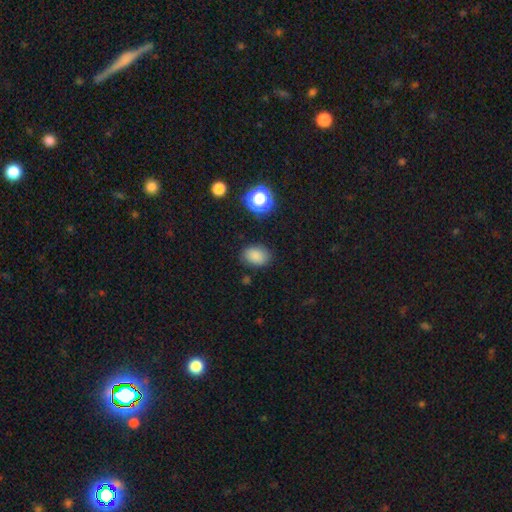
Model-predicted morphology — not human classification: This appears to be a smooth galaxy with no disk features (83%) that is in between round and cigar-shaped (74%). Merging: none (82%).